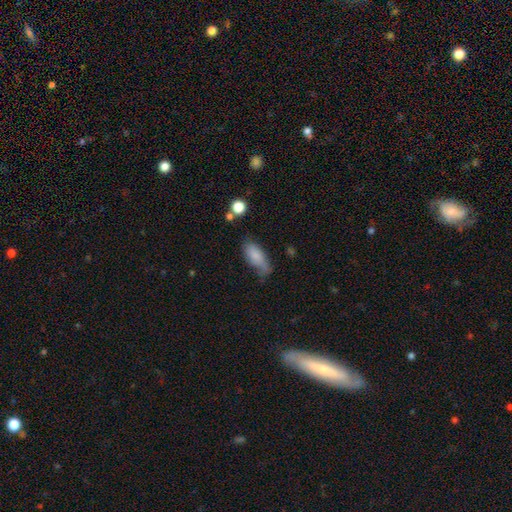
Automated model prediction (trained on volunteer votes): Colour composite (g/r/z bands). It shows a smooth galaxy with no disk features (80%) that is in between round and cigar-shaped (82%). Merging: none (48%).